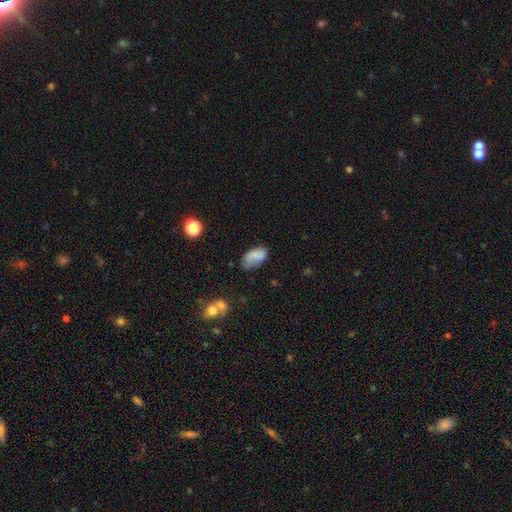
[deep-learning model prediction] Smooth or featured?
  - smooth: 75% *
  - featured or disk: 15%
  - star or artifact: 9%
How rounded?
  - in between: 92% *
  - round: 5%
  - cigar-shaped: 2%
Merging?
  - none: 54% *
  - minor disturbance: 30%
  - major disturbance: 11%
  - merger: 5%